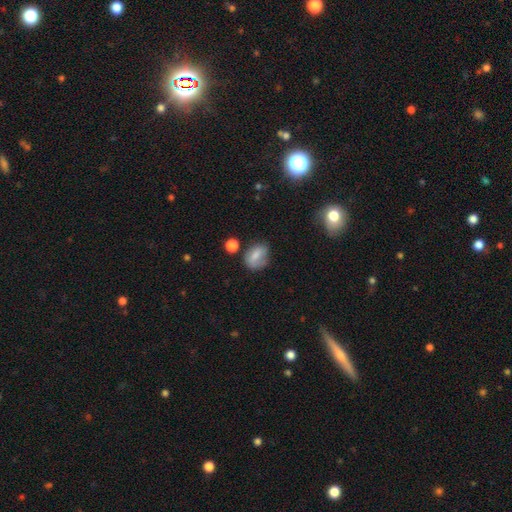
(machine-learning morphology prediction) smooth 72%, featured or disk 18%, star or artifact 11%. Down the decision tree: how rounded — in between (66%); merging — none (54%).